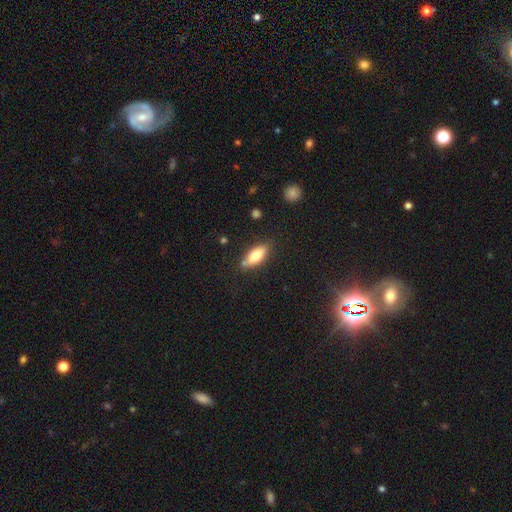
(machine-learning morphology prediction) Smooth or featured? Predicted: smooth (p=0.71). How rounded? Predicted: in between (p=0.71). Merging? Predicted: none (p=0.78).